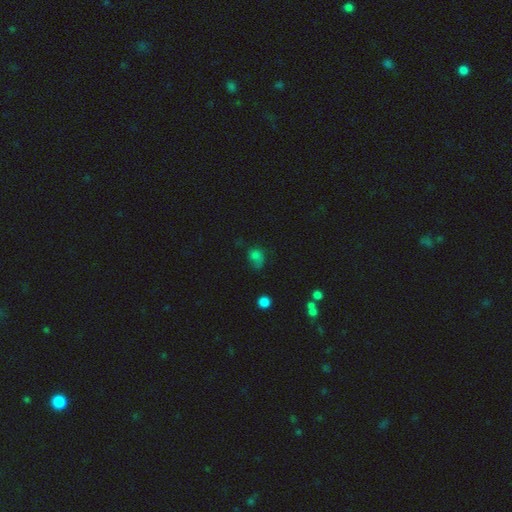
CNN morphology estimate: The model was most divided on "how rounded": in between: 50%, round: 49%, cigar-shaped: 2%. Remaining: smooth or featured — smooth (65%); merging — none (38%).